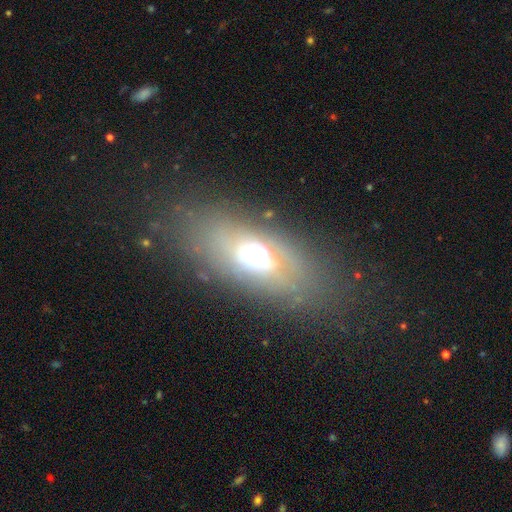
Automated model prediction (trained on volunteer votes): A featured or disk galaxy (42%).

Vote fractions:
- Smooth or featured? featured or disk: 42% / smooth: 41% / star or artifact: 17%
- Merging? none: 71% / minor disturbance: 15% / major disturbance: 11% / merger: 3%